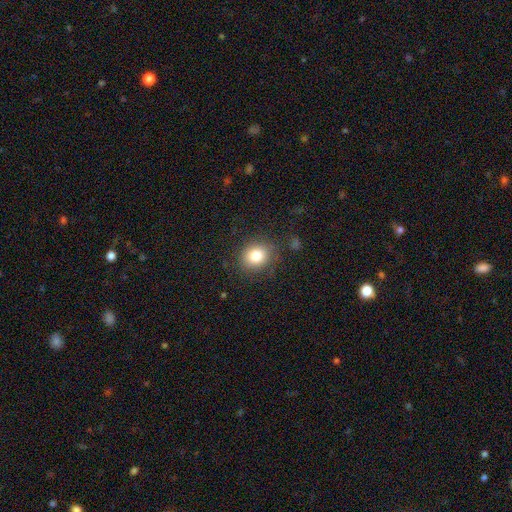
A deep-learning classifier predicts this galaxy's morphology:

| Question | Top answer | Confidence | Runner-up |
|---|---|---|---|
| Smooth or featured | smooth | 80% | star or artifact (11%) |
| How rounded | round | 75% | in between (24%) |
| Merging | none | 84% | minor disturbance (10%) |